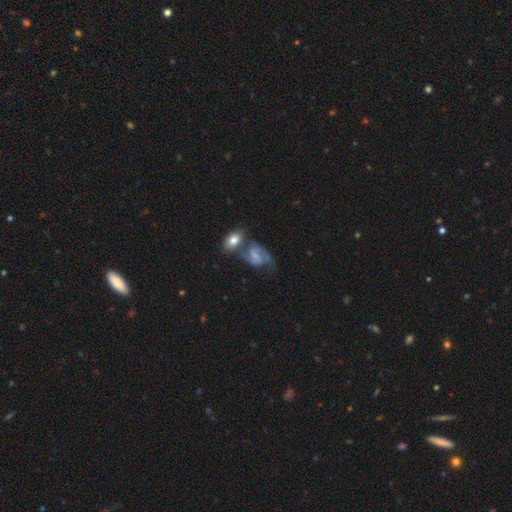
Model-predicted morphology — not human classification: smooth_or_featured: featured or disk (p=0.67) [alt: smooth p=0.26]
disk_edge_on: no (p=0.97) [alt: yes p=0.03]
bar: weak (p=0.44) [alt: no p=0.43]
has_spiral_arms: yes (p=0.89) [alt: no p=0.11]
spiral_winding: medium (p=0.51) [alt: loose p=0.29]
spiral_arm_count: 2 (p=0.84) [alt: can't tell p=0.08]
bulge_size: small (p=0.41) [alt: none p=0.36]
merging: none (p=0.38) [alt: merger p=0.30]